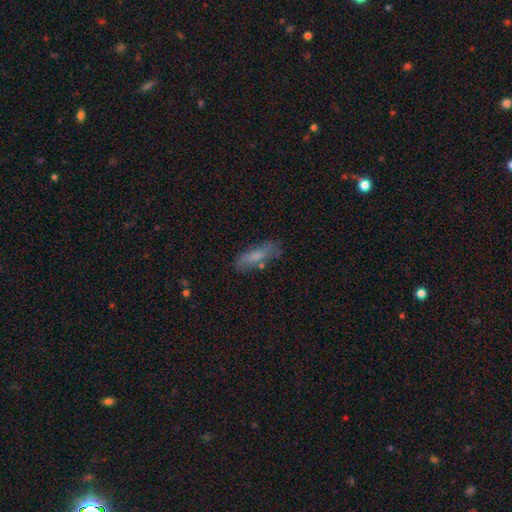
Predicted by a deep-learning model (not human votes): The model was most divided on "how rounded": cigar-shaped: 52%, in between: 46%, round: 2%. More confident: smooth or featured — smooth (73%); merging — none (67%).